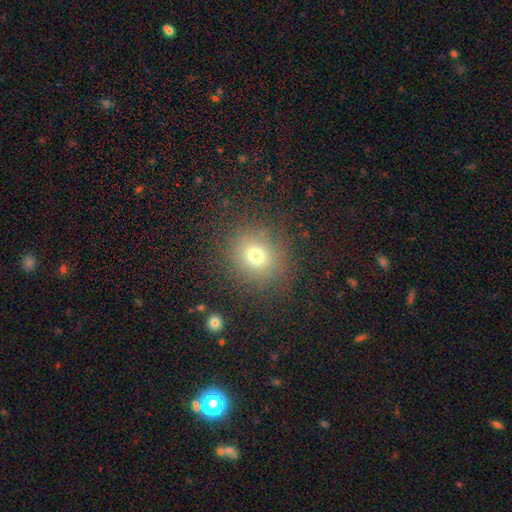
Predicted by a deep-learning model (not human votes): A smooth galaxy with no disk features (72%) that is round (78%).

Vote fractions:
- Smooth or featured? smooth: 72% / star or artifact: 18% / featured or disk: 11%
- How rounded? round: 78% / in between: 21% / cigar-shaped: 1%
- Merging? none: 83% / minor disturbance: 10% / major disturbance: 6% / merger: 2%